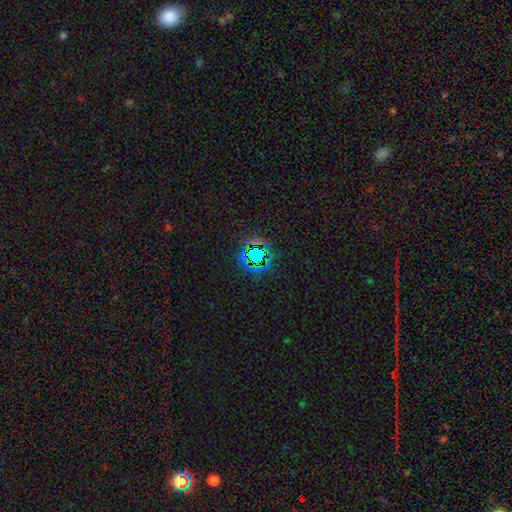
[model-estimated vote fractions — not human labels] Smooth or featured? Predicted: star or artifact (p=0.73).